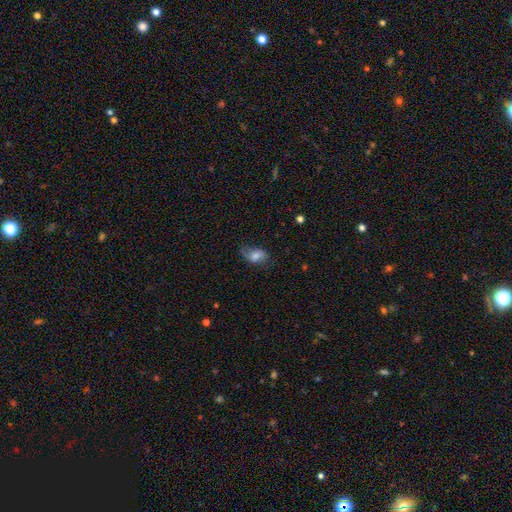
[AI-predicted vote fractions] The model was most divided on "merging": none: 48%, minor disturbance: 30%, major disturbance: 20%, merger: 2%. More confident: how rounded — in between (85%); smooth or featured — smooth (60%).